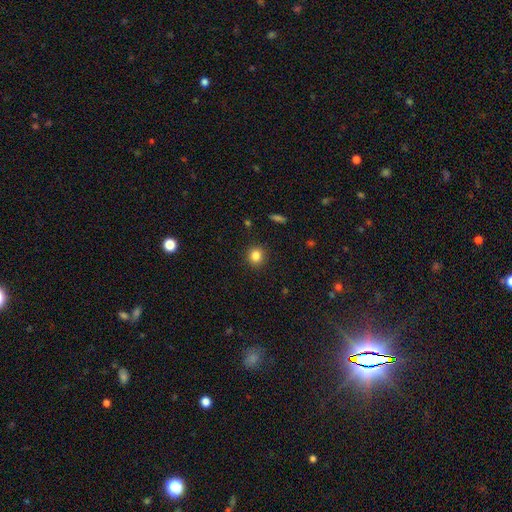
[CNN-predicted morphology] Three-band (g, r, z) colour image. It shows a smooth galaxy with no disk features (83%) that is round (87%). Merging: none (91%).